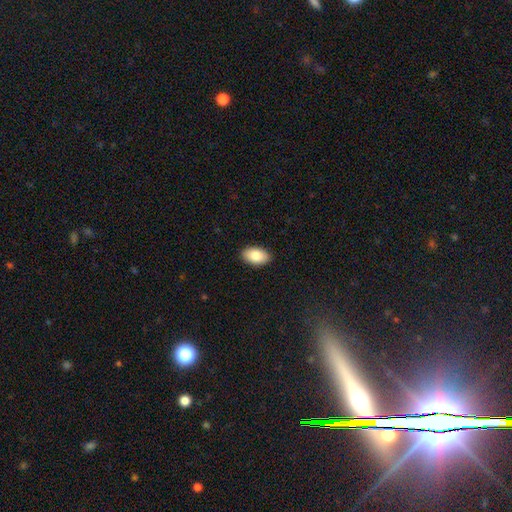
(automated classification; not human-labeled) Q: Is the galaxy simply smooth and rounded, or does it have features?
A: smooth — 84%.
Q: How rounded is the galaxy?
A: in between — 93%.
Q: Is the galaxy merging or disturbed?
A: none — 90%.